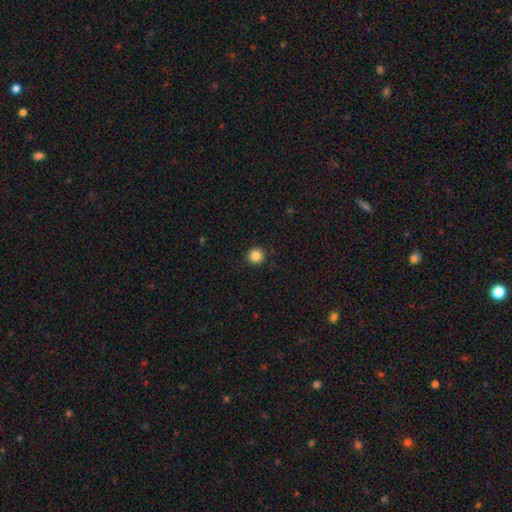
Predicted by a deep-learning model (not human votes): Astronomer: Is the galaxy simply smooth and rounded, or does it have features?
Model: smooth — 86%.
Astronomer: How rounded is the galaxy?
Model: round — 93%.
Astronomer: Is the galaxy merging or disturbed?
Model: none — 91%.